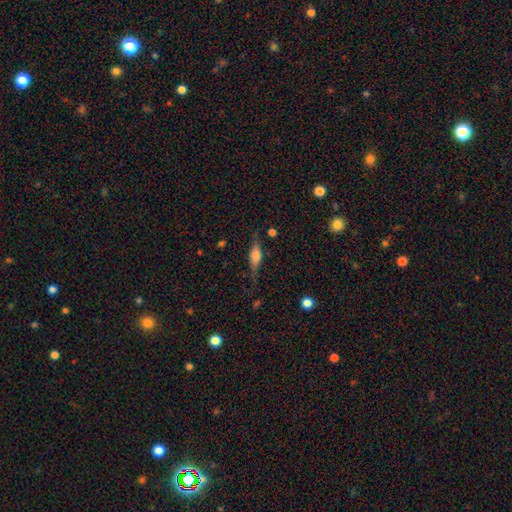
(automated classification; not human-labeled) Smooth or featured?
  - smooth: 48% *
  - featured or disk: 44%
  - star or artifact: 9%
Merging?
  - none: 72% *
  - minor disturbance: 19%
  - major disturbance: 7%
  - merger: 2%